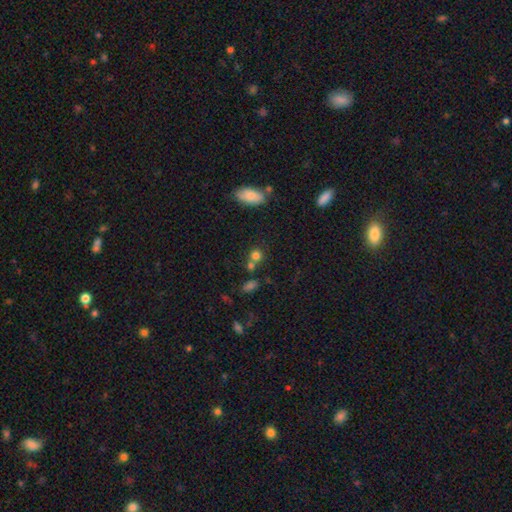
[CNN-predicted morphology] This appears to be a smooth galaxy with no disk features (76%) that is round (80%). Merging: none (54%).